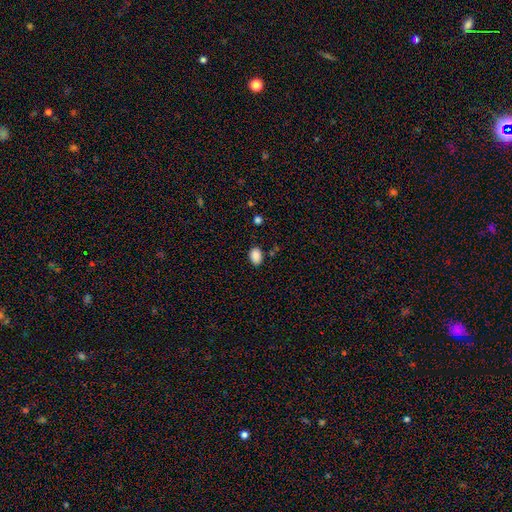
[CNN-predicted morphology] smooth 88%, star or artifact 8%, featured or disk 3%. Down the decision tree: how rounded — in between (80%); merging — none (81%).